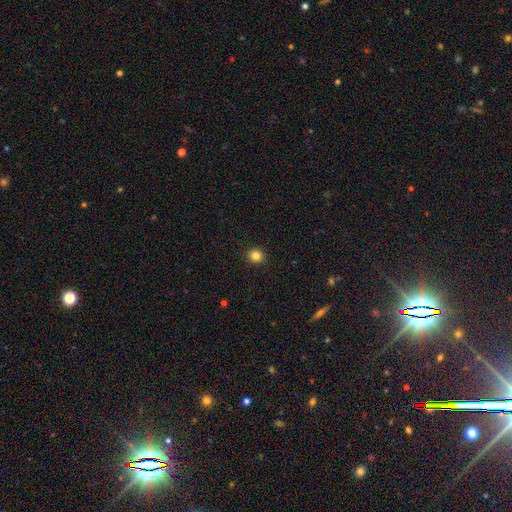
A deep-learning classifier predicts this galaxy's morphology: This appears to be a smooth galaxy with no disk features (84%) that is round (91%). Merging: none (93%).